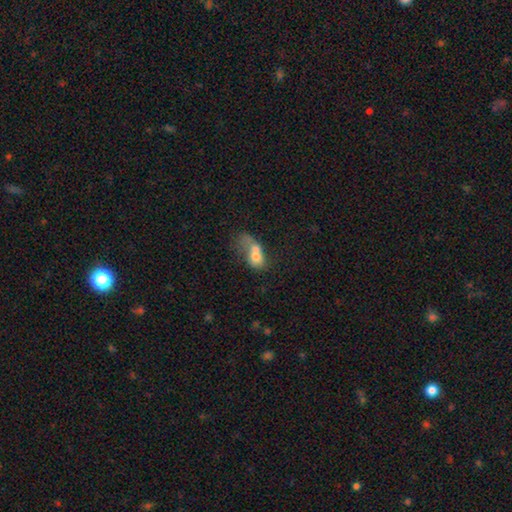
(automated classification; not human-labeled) smooth_or_featured: smooth (p=0.62) [alt: featured or disk p=0.28]
how_rounded: in between (p=0.67) [alt: round p=0.30]
merging: merger (p=0.62) [alt: major disturbance p=0.19]